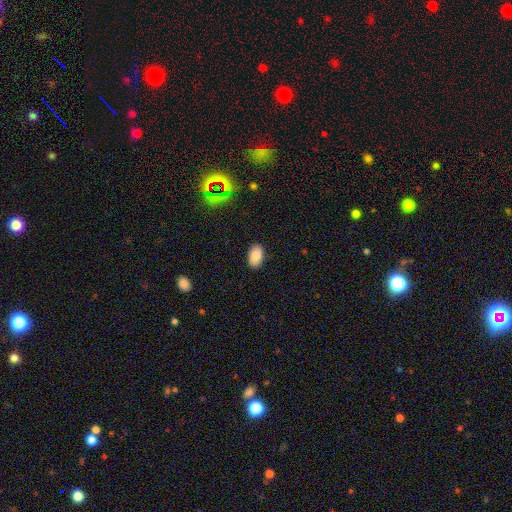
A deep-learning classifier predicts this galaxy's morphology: Smooth or featured: smooth — 86% (star or artifact — 8%)
How rounded: in between — 92% (round — 7%)
Merging: none — 87% (minor disturbance — 10%)